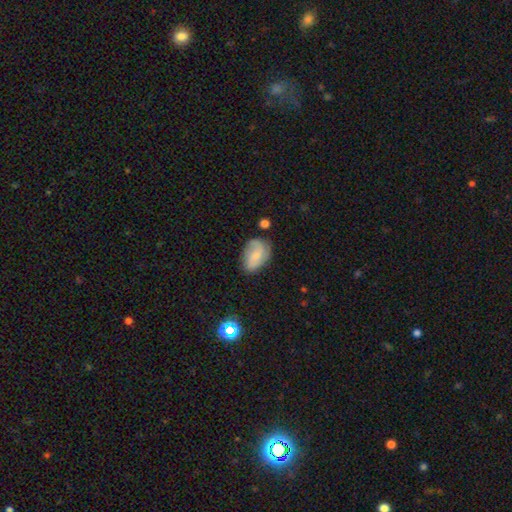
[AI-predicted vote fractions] smooth_or_featured: smooth (p=0.55) [alt: featured or disk p=0.37]
how_rounded: in between (p=0.80) [alt: round p=0.18]
merging: none (p=0.61) [alt: minor disturbance p=0.27]